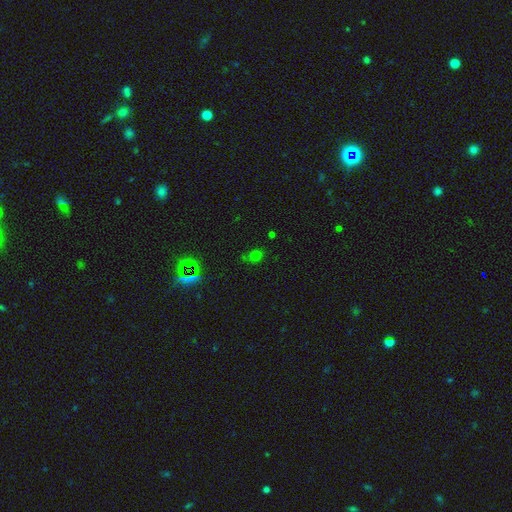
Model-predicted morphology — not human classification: The model was most divided on "smooth or featured": smooth: 56%, star or artifact: 37%, featured or disk: 8%. More confident: how rounded — round (74%); merging — none (72%).